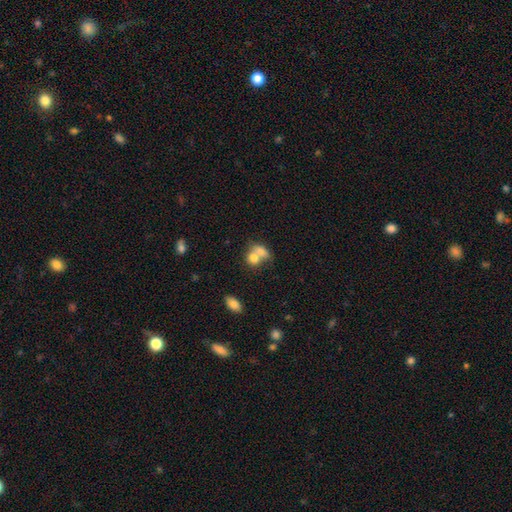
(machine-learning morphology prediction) Smooth or featured: smooth — 74% (featured or disk — 18%)
How rounded: in between — 53% (round — 45%)
Merging: merger — 67% (none — 22%)